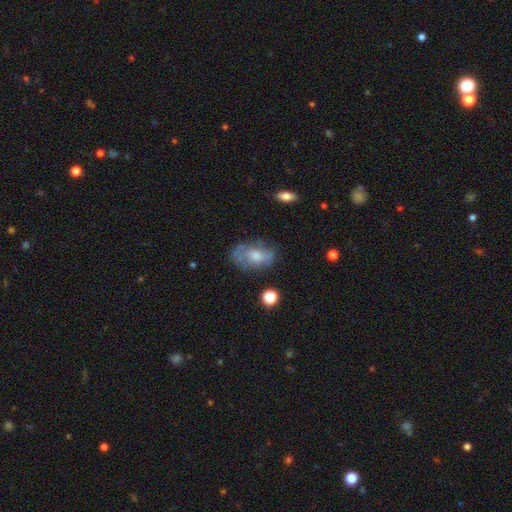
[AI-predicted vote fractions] Smooth or featured?
  - smooth: 48% *
  - featured or disk: 43%
  - star or artifact: 9%
Merging?
  - none: 52% *
  - minor disturbance: 27%
  - major disturbance: 17%
  - merger: 3%